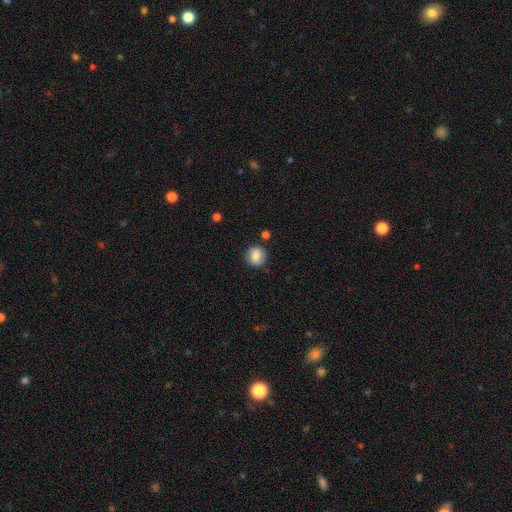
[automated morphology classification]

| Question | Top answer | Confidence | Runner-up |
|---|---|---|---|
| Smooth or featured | smooth | 79% | featured or disk (12%) |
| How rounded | round | 85% | in between (14%) |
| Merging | none | 83% | minor disturbance (11%) |